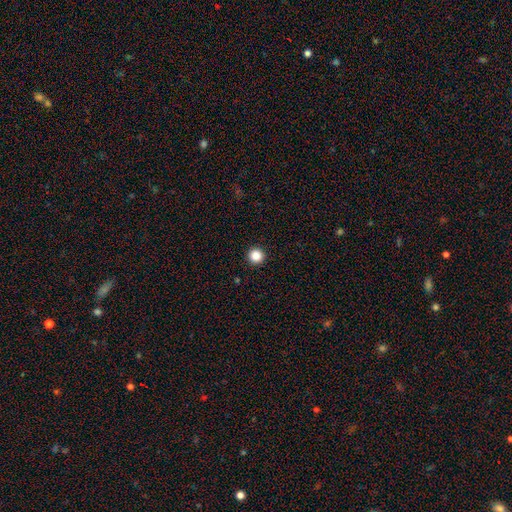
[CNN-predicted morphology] A smooth galaxy with no disk features (86%) that is round (97%).

Vote fractions:
- Smooth or featured? smooth: 86% / star or artifact: 11% / featured or disk: 3%
- How rounded? round: 97% / in between: 2% / cigar-shaped: 1%
- Merging? none: 94% / minor disturbance: 4% / major disturbance: 1% / merger: 1%